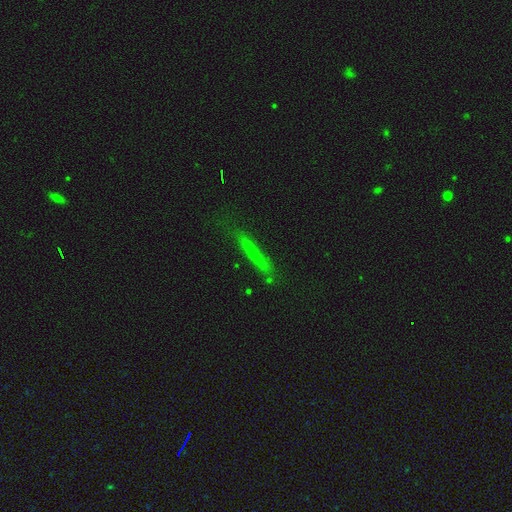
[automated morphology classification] Overall: smooth (58%; featured or disk 31%). How rounded: cigar-shaped (95%). Merging: none (78%).